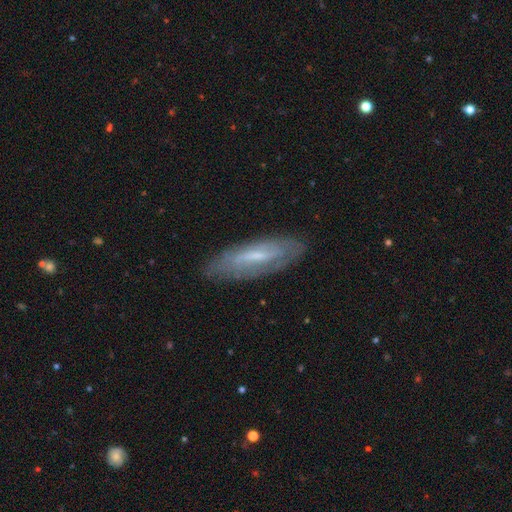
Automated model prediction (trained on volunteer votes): smooth-or-featured: featured or disk: 58% | smooth: 35% | star or artifact: 7%
  disk-edge-on: no: 66% | yes: 34%
  merging: none: 79% | minor disturbance: 15% | major disturbance: 4% | merger: 1%